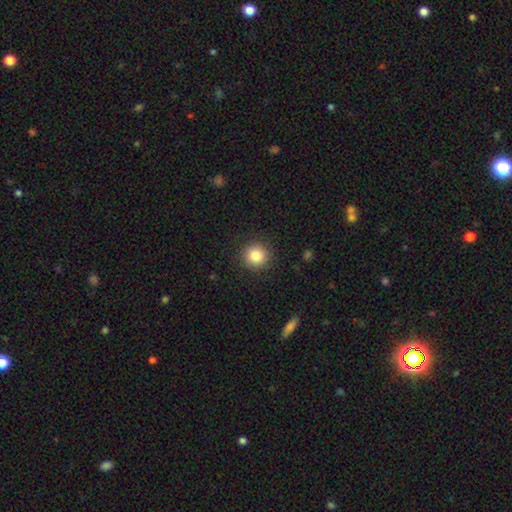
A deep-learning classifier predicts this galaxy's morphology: Smooth or featured? Predicted: smooth (p=0.84). How rounded? Predicted: round (p=0.93). Merging? Predicted: none (p=0.90).